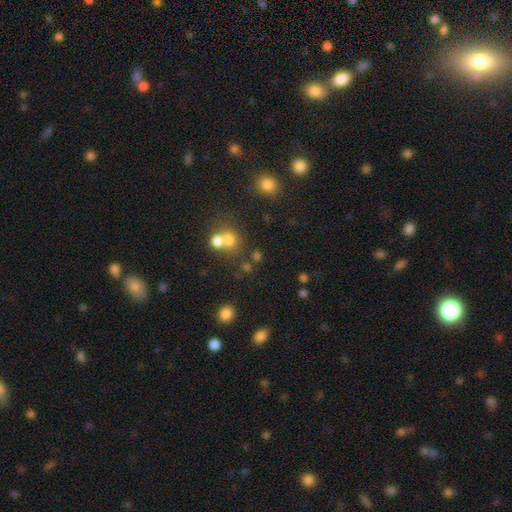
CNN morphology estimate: The model was most divided on "merging": none: 48%, merger: 41%, minor disturbance: 7%, major disturbance: 4%. More confident: how rounded — round (79%); smooth or featured — smooth (61%).